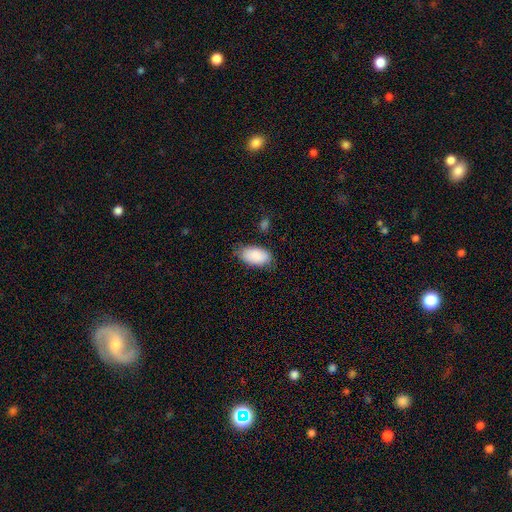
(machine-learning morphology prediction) A smooth galaxy with no disk features (89%) that is in between round and cigar-shaped (95%).

Vote fractions:
- Smooth or featured? smooth: 89% / star or artifact: 6% / featured or disk: 5%
- How rounded? in between: 95% / round: 3% / cigar-shaped: 2%
- Merging? none: 74% / minor disturbance: 20% / major disturbance: 4% / merger: 2%